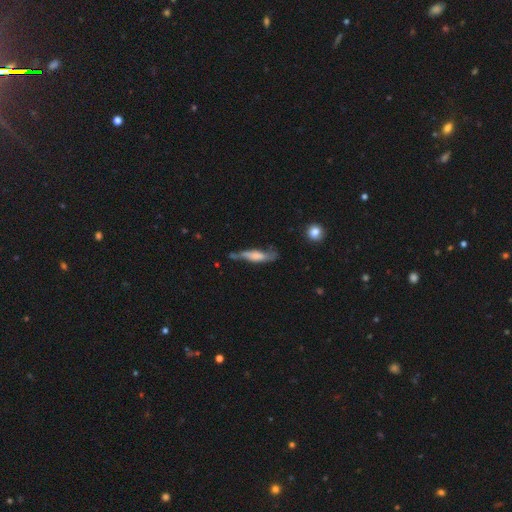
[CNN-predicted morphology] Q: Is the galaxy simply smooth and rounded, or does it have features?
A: smooth — 48%.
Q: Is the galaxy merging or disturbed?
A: none — 46%.